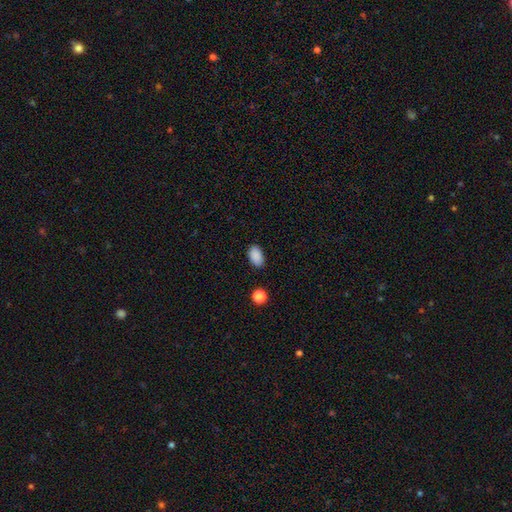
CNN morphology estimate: Smooth or featured? smooth (89%)
How rounded? in between (92%)
Merging? none (85%)